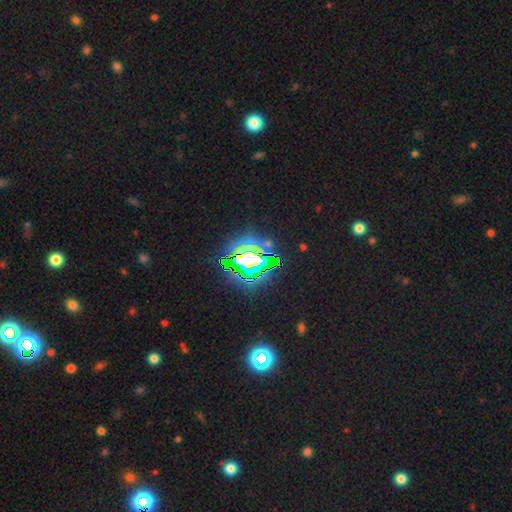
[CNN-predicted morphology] smooth_or_featured: star or artifact (p=0.81) [alt: smooth p=0.10]